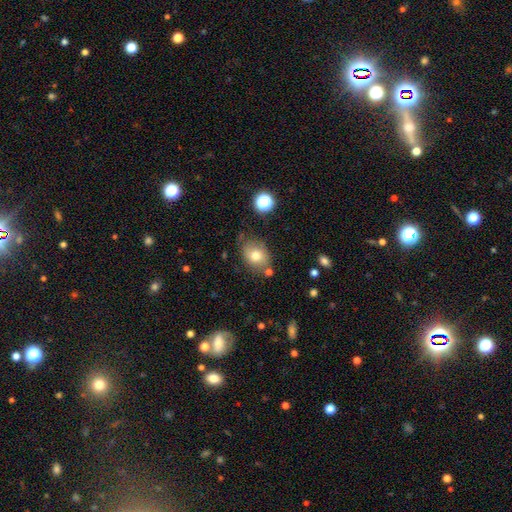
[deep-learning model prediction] Overall: smooth (74%). How rounded: in between (58%; round 41%). Merging: none (67%).